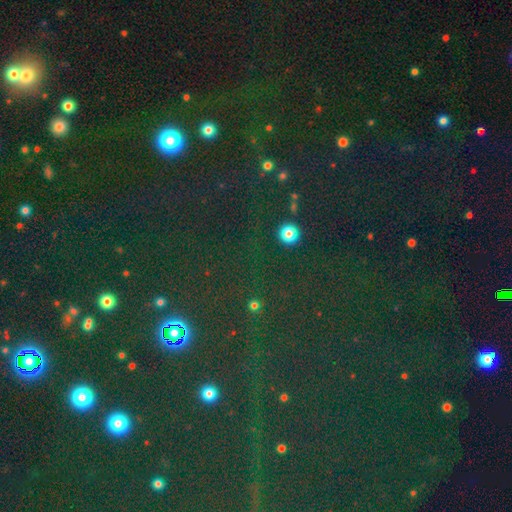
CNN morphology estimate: Smooth or featured: star or artifact — 78% (smooth — 14%)